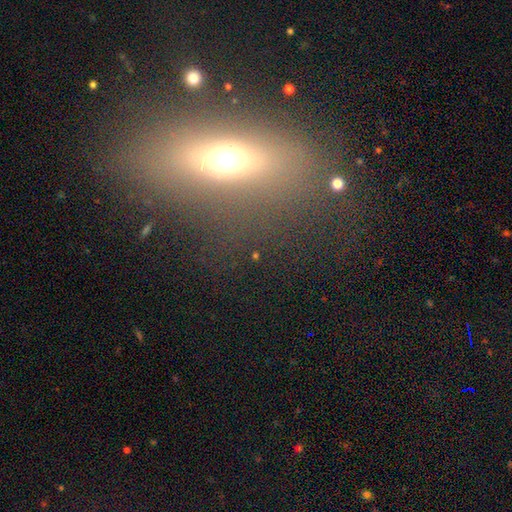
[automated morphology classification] smooth_or_featured: star or artifact (p=0.45) [alt: smooth p=0.37]